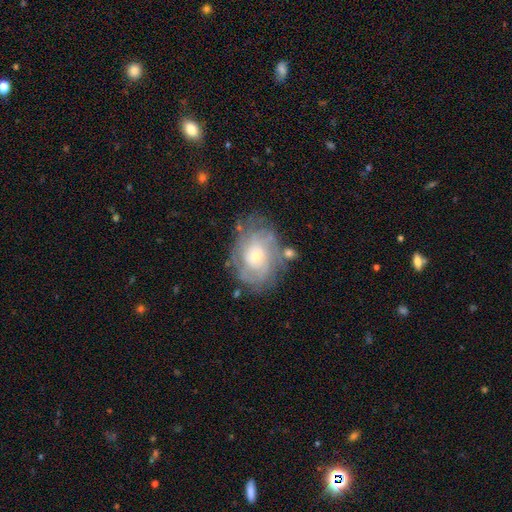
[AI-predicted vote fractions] Overall: featured or disk (74%). Edge-on disk: no (96%). Bar: no (77%). Spiral arms: yes (84%). Spiral arm count: can't tell (52%; 2 14%). Spiral winding: tight (66%). Bulge size: small (64%; moderate 31%). Merging: none (69%).